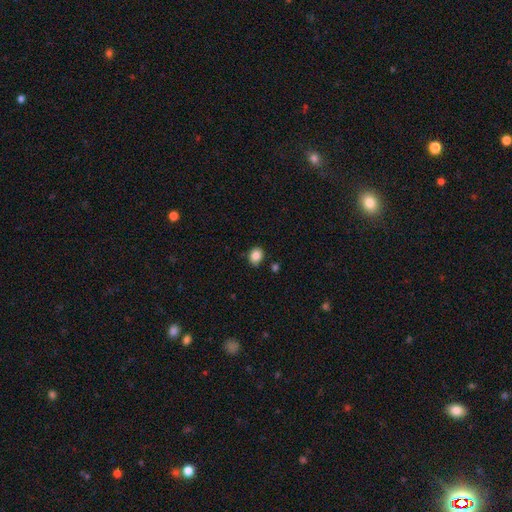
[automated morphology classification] The model was most divided on "how rounded": round: 58%, in between: 41%, cigar-shaped: 1%. More confident: smooth or featured — smooth (86%); merging — none (80%).